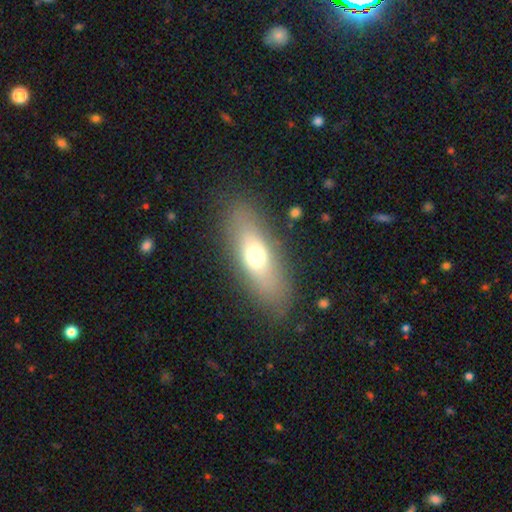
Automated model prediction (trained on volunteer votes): smooth 59%, featured or disk 32%, star or artifact 9%. Down the decision tree: how rounded — in between (66%); merging — none (83%).